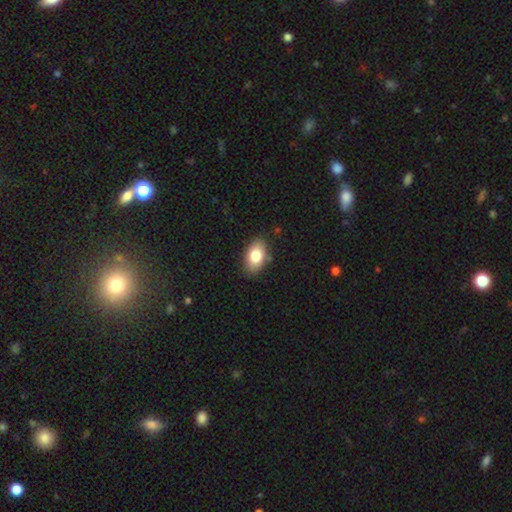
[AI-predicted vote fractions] A smooth galaxy with no disk features (81%) that is in between round and cigar-shaped (91%).

Vote fractions:
- Smooth or featured? smooth: 81% / featured or disk: 11% / star or artifact: 7%
- How rounded? in between: 91% / round: 7% / cigar-shaped: 2%
- Merging? none: 84% / minor disturbance: 12% / major disturbance: 3% / merger: 1%